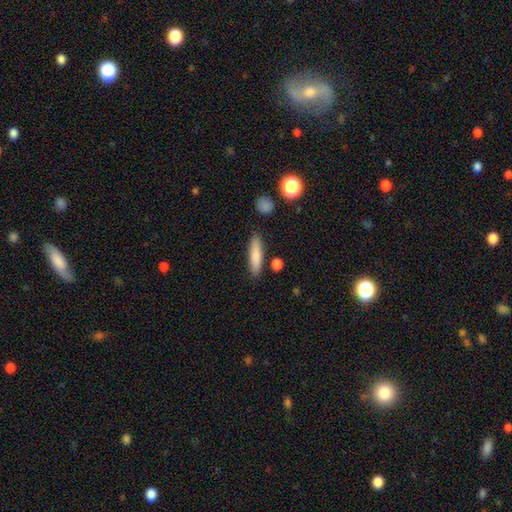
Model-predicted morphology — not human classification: smooth_or_featured: smooth (p=0.83) [alt: featured or disk p=0.11]
how_rounded: cigar-shaped (p=0.72) [alt: in between p=0.26]
merging: none (p=0.84) [alt: minor disturbance p=0.10]